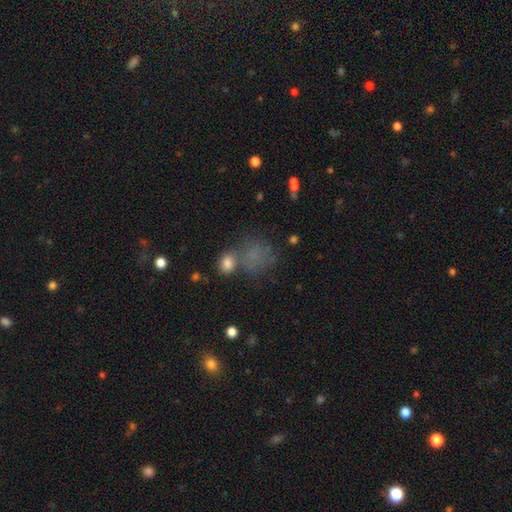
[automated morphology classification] smooth-or-featured: smooth: 62% | star or artifact: 21% | featured or disk: 17%
  how-rounded: round: 62% | in between: 36% | cigar-shaped: 2%
  merging: none: 45% | minor disturbance: 19% | merger: 18% | major disturbance: 18%